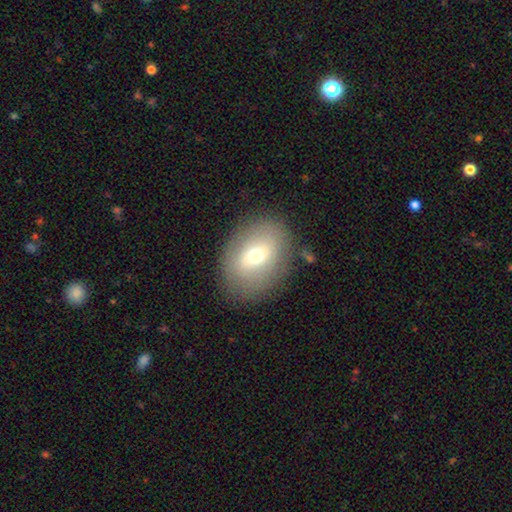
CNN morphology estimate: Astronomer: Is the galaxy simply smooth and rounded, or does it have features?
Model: smooth — 59%.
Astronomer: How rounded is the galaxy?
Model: in between — 63%.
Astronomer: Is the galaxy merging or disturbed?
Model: none — 82%.